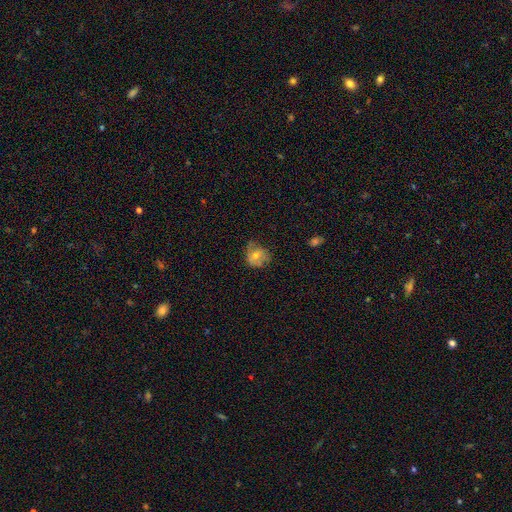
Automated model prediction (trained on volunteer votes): Smooth or featured? smooth (54%)
How rounded? round (72%)
Merging? none (57%)